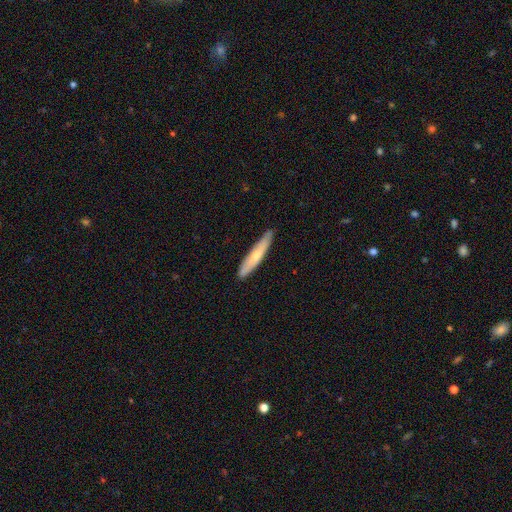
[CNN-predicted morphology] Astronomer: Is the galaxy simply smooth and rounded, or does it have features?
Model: smooth — 61%.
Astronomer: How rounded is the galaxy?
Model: cigar-shaped — 90%.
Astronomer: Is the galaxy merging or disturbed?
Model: none — 85%.